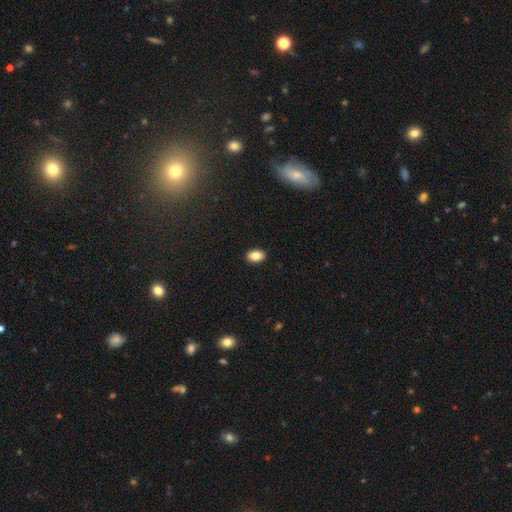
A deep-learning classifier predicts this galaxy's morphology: This is clearly a smooth galaxy (85%). How rounded: clearly in between (84%). Merging: clearly none (90%).